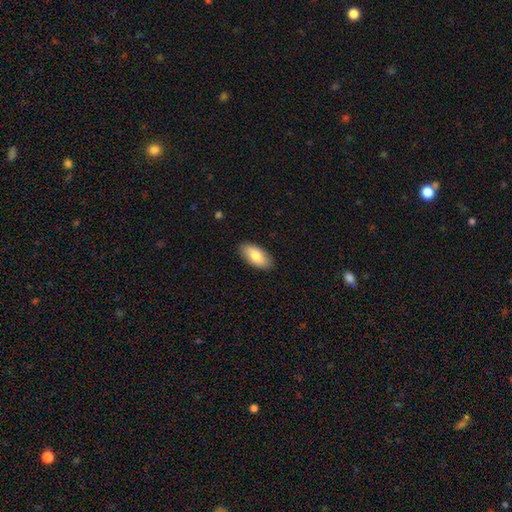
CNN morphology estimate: Smooth or featured? smooth (80%)
How rounded? in between (93%)
Merging? none (88%)